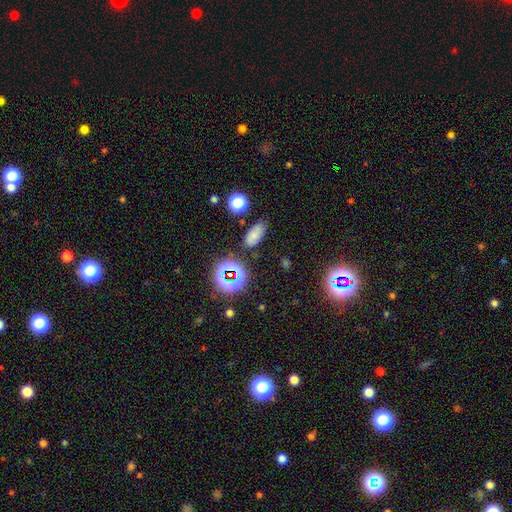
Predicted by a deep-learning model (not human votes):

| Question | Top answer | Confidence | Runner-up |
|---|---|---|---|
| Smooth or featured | smooth | 56% | star or artifact (34%) |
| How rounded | in between | 80% | round (12%) |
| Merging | none | 77% | minor disturbance (14%) |